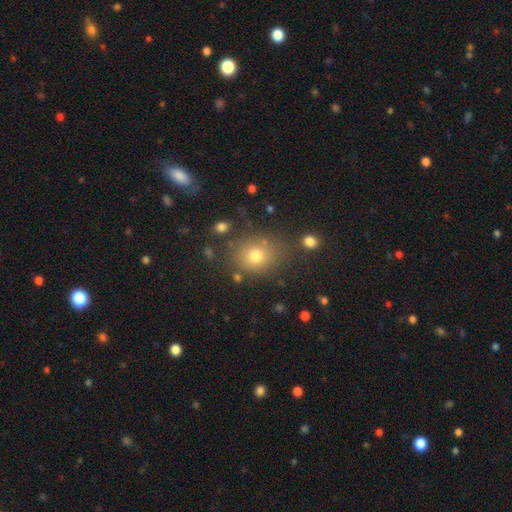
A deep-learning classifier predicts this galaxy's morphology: This appears to be a smooth galaxy with no disk features (74%) that is round (68%). Merging: none (75%).